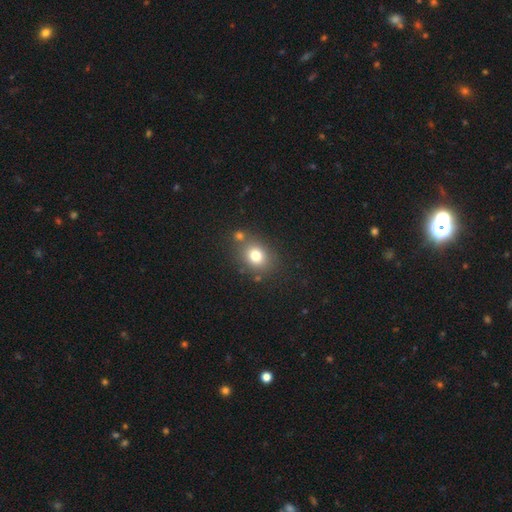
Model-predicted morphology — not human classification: The model was most divided on "how rounded": round: 59%, in between: 40%, cigar-shaped: 1%. More confident: smooth or featured — smooth (76%); merging — none (70%).